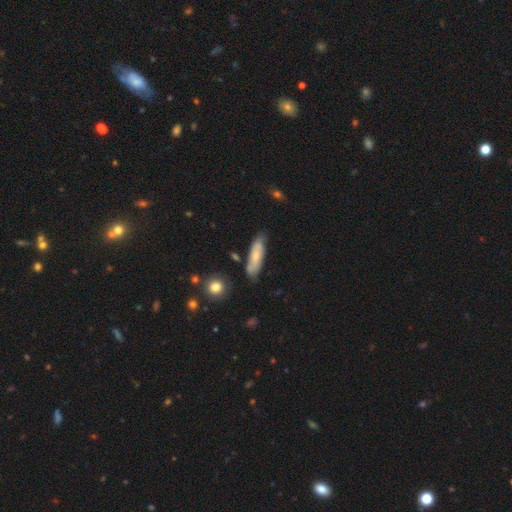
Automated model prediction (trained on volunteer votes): This appears to be a smooth galaxy with no disk features (61%) that is cigar-shaped (54%). Merging: none (71%).